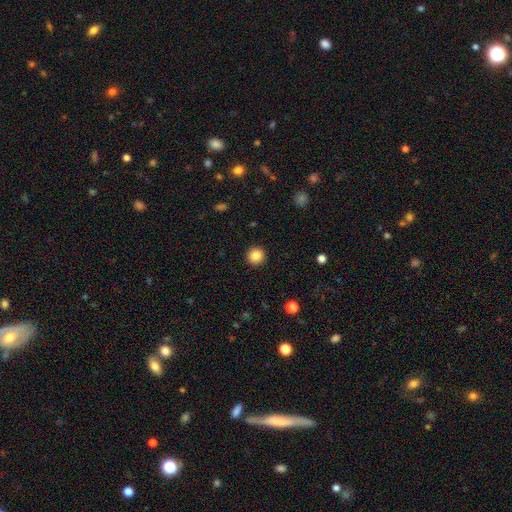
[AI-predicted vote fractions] A smooth galaxy with no disk features (86%) that is round (95%). Merging: none (93%).